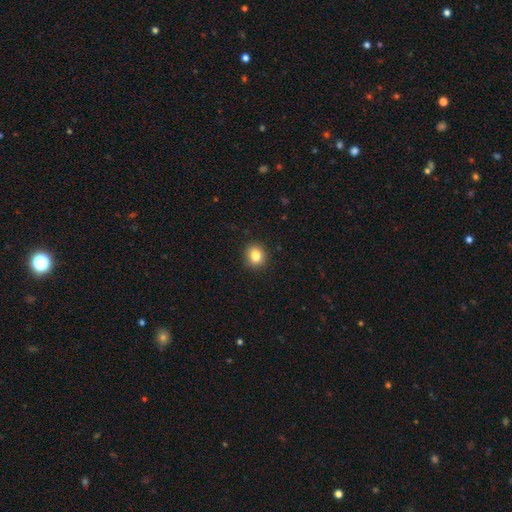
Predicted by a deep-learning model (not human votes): A smooth galaxy with no disk features (83%) that is round (77%). Merging: none (91%).